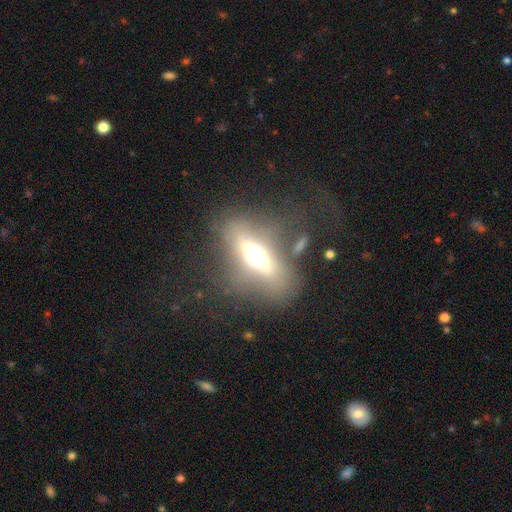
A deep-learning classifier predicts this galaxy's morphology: The model was most divided on "smooth or featured": featured or disk: 51%, smooth: 35%, star or artifact: 14%. More confident: merging — none (64%); edge-on disk — yes (63%).